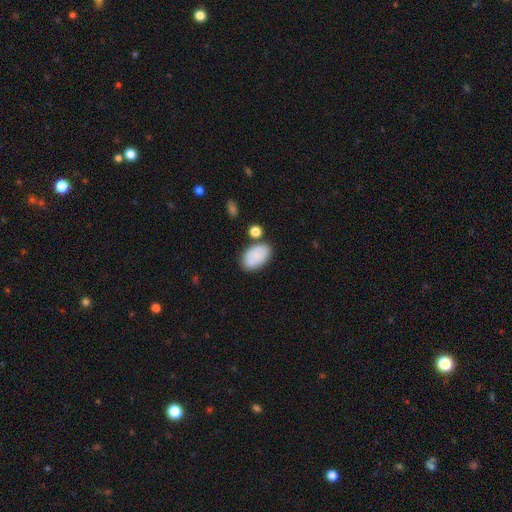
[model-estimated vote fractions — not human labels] Smooth or featured? Predicted: smooth (p=0.77). How rounded? Predicted: in between (p=0.92). Merging? Predicted: none (p=0.64).